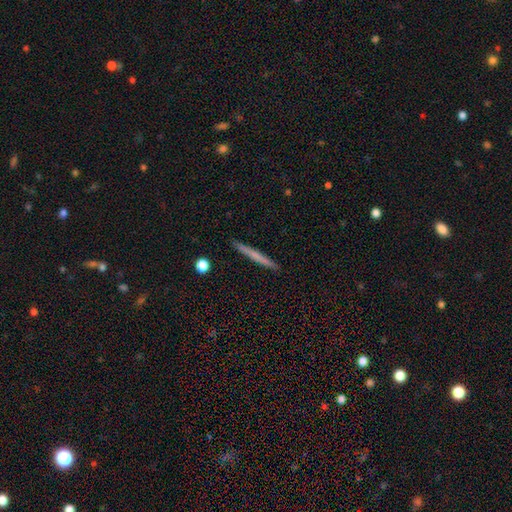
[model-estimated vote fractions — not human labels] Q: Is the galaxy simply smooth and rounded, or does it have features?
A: smooth — 60%.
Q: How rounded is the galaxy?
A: cigar-shaped — 97%.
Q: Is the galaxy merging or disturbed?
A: none — 92%.